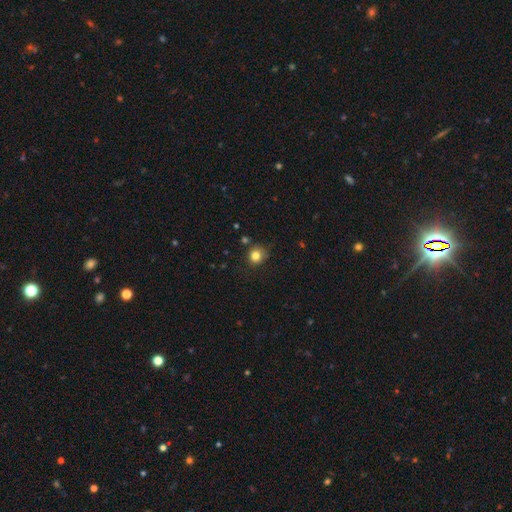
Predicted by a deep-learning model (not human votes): smooth_or_featured: smooth (p=0.82) [alt: star or artifact p=0.12]
how_rounded: round (p=0.85) [alt: in between p=0.14]
merging: none (p=0.78) [alt: minor disturbance p=0.15]